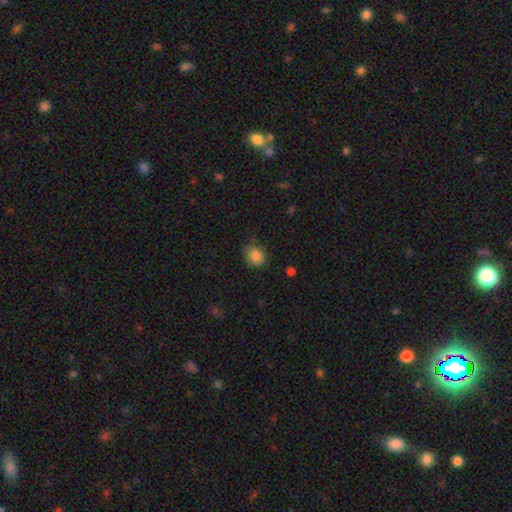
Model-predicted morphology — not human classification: Q: Smooth or featured?
A: smooth (85%); runner-up: star or artifact (10%)
Q: How rounded?
A: round (70%); runner-up: in between (29%)
Q: Merging?
A: none (75%); runner-up: minor disturbance (19%)